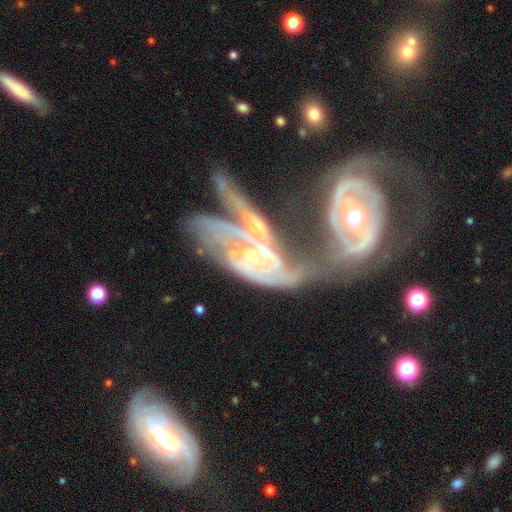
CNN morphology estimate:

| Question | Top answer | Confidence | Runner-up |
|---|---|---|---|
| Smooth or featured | featured or disk | 84% | smooth (9%) |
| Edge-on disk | no | 94% | yes (6%) |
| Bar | no | 66% | weak (23%) |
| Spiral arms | yes | 81% | no (19%) |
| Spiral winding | medium | 36% | tied: tight (36%) |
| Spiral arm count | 2 | 41% | can't tell (34%) |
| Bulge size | small | 50% | moderate (42%) |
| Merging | merger | 67% | major disturbance (18%) |